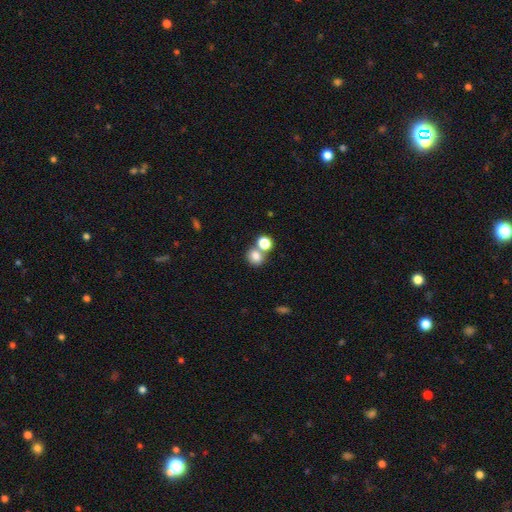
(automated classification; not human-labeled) Smooth or featured: smooth — 79% (star or artifact — 12%)
How rounded: round — 64% (in between — 35%)
Merging: none — 47% (merger — 41%)